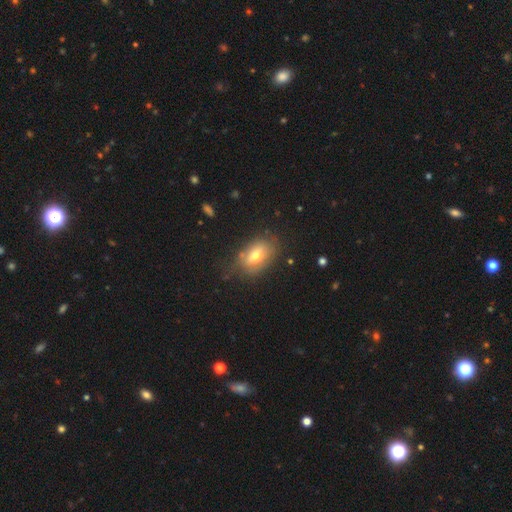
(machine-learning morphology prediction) A smooth galaxy with no disk features (65%) that is in between round and cigar-shaped (87%).

Vote fractions:
- Smooth or featured? smooth: 65% / featured or disk: 26% / star or artifact: 9%
- How rounded? in between: 87% / round: 10% / cigar-shaped: 3%
- Merging? none: 70% / minor disturbance: 20% / major disturbance: 6% / merger: 3%